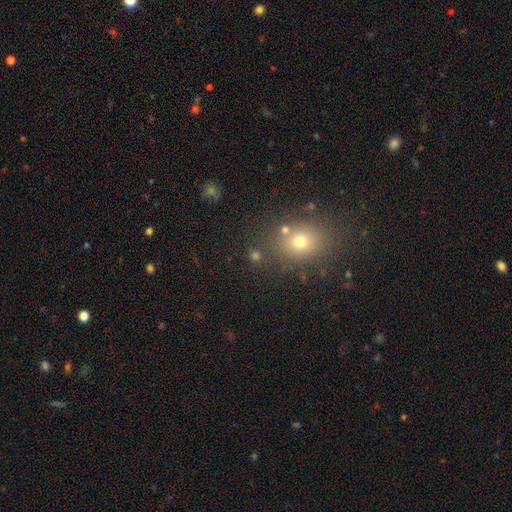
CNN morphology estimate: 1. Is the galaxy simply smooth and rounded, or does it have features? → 61% smooth, 29% star or artifact, 10% featured or disk.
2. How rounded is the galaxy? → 72% round, 26% in between, 2% cigar-shaped.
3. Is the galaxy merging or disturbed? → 77% none, 9% merger, 9% minor disturbance, 4% major disturbance.